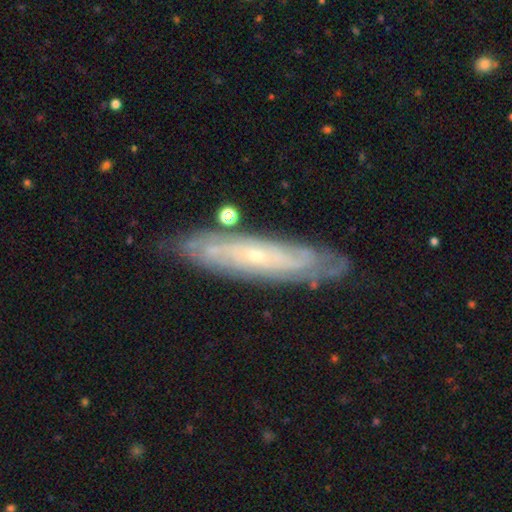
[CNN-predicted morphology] Smooth or featured: featured or disk — 76% (smooth — 17%)
Edge-on disk: no — 67% (yes — 33%)
Bar: no — 73% (weak — 21%)
Spiral arms: yes — 87% (no — 13%)
Bulge size: small — 82% (moderate — 14%)
Merging: none — 81% (minor disturbance — 14%)